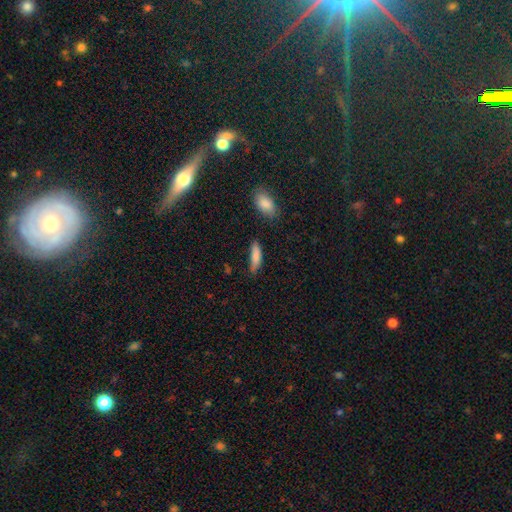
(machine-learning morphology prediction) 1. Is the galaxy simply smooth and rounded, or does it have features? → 84% smooth, 9% featured or disk, 7% star or artifact.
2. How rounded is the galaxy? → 53% cigar-shaped, 45% in between, 2% round.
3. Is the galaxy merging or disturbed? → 62% none, 28% minor disturbance, 6% major disturbance, 4% merger.